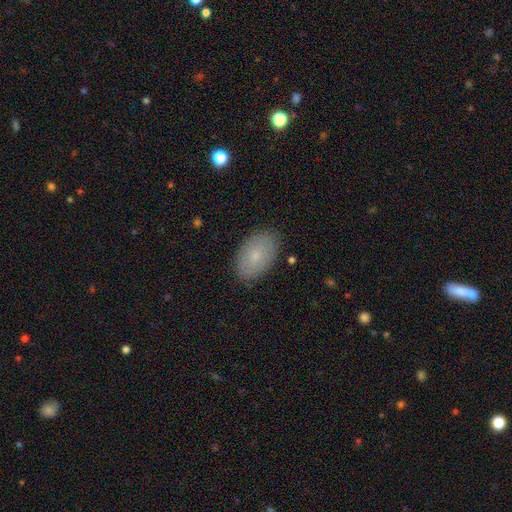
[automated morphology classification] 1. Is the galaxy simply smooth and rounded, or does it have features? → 78% smooth, 15% featured or disk, 7% star or artifact.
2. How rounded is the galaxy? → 92% in between, 7% round, 1% cigar-shaped.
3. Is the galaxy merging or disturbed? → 86% none, 11% minor disturbance, 2% major disturbance, 1% merger.